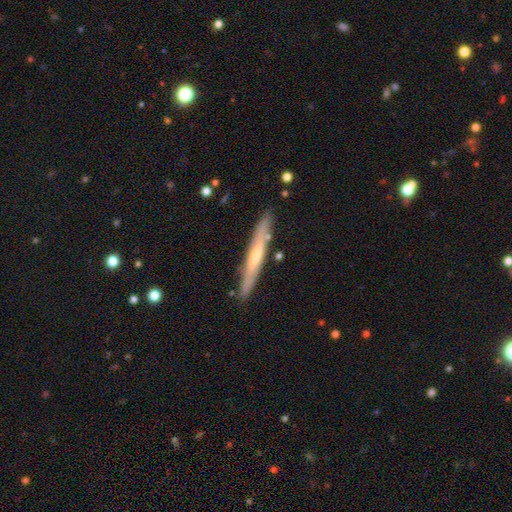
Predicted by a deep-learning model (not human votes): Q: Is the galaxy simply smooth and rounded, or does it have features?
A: featured or disk — 53%.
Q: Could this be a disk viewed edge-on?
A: yes — 89%.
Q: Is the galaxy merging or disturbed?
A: none — 86%.